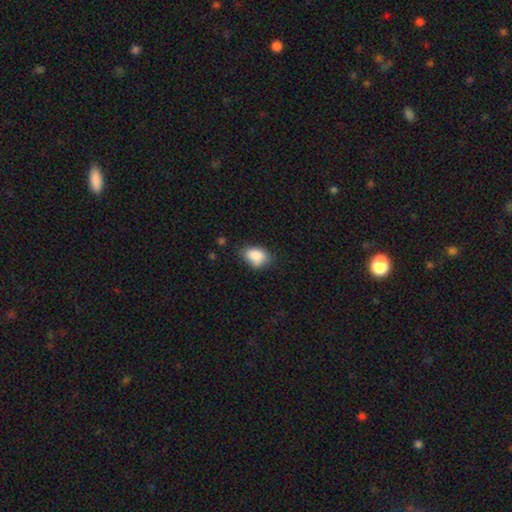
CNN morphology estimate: type=smooth (85%); roundness=in between (83%); merging=none (62%).